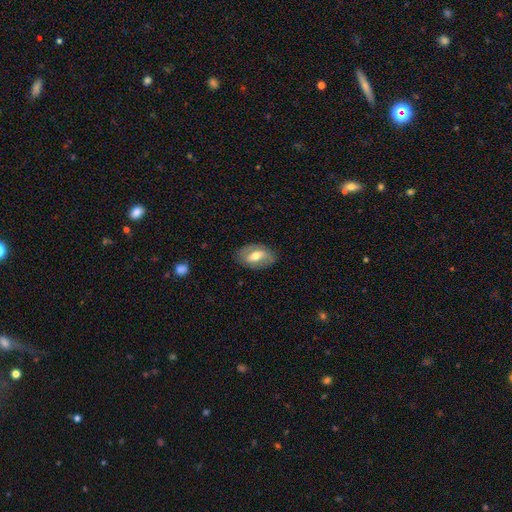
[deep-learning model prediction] Overall: featured or disk (51%; smooth 42%). Edge-on disk: no (90%). Merging: none (81%).